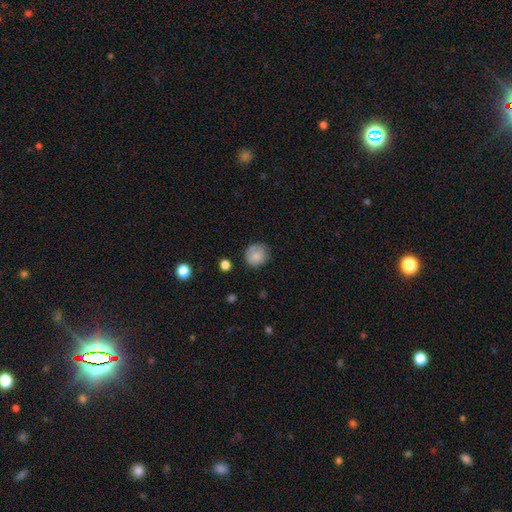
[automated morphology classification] Smooth or featured: smooth — 80% (featured or disk — 12%)
How rounded: round — 84% (in between — 15%)
Merging: none — 70% (minor disturbance — 22%)